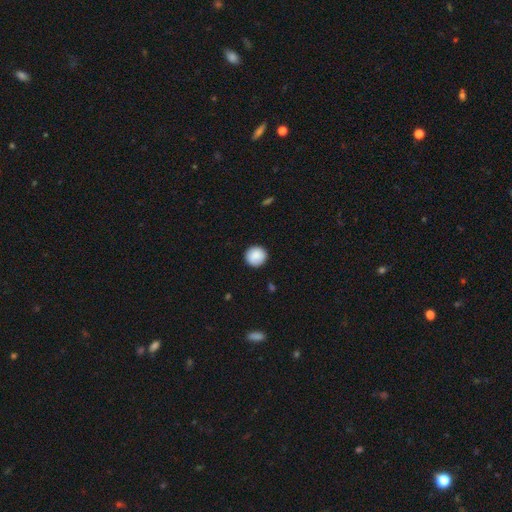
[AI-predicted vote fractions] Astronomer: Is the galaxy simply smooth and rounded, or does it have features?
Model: smooth — 89%.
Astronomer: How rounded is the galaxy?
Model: round — 95%.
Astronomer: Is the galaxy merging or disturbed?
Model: none — 91%.